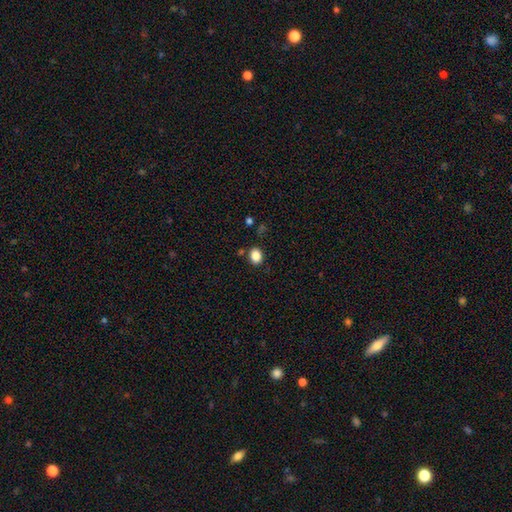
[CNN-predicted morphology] Smooth or featured: smooth — 86% (star or artifact — 10%)
How rounded: in between — 53% (round — 46%)
Merging: none — 82% (minor disturbance — 11%)